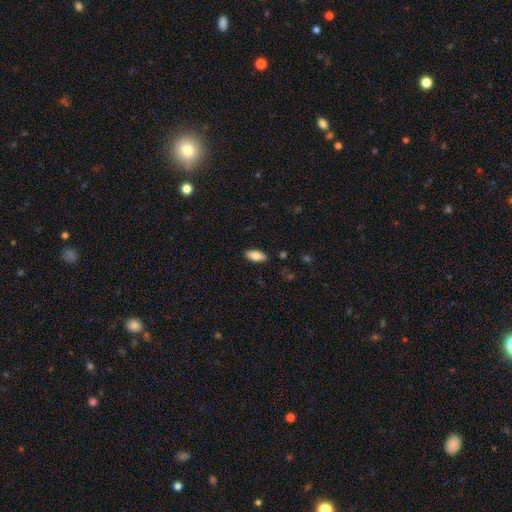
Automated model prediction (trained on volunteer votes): A smooth galaxy with no disk features (81%) that is in between round and cigar-shaped (84%).

Vote fractions:
- Smooth or featured? smooth: 81% / featured or disk: 12% / star or artifact: 7%
- How rounded? in between: 84% / cigar-shaped: 14% / round: 2%
- Merging? none: 88% / minor disturbance: 9% / major disturbance: 2% / merger: 1%